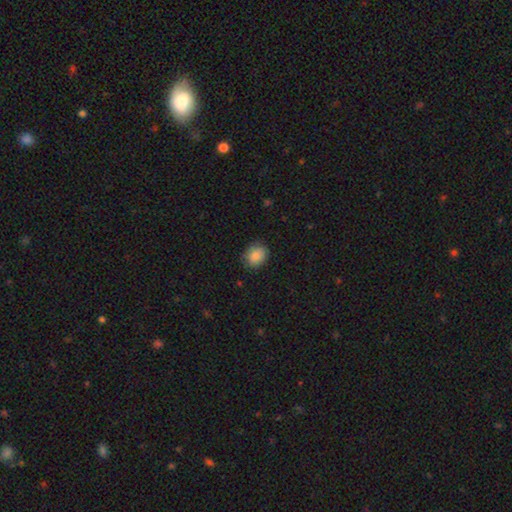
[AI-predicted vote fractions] Smooth or featured? smooth (85%)
How rounded? in between (51%)
Merging? none (77%)